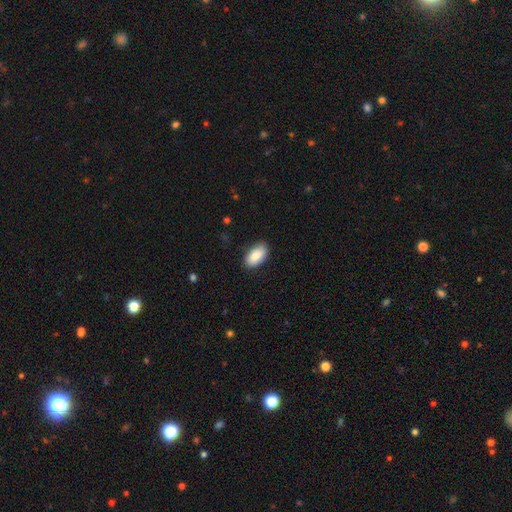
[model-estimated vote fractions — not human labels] smooth-or-featured: smooth: 87% | featured or disk: 7% | star or artifact: 6%
  how-rounded: in between: 95% | round: 3% | cigar-shaped: 2%
  merging: none: 86% | minor disturbance: 11% | major disturbance: 2% | merger: 1%